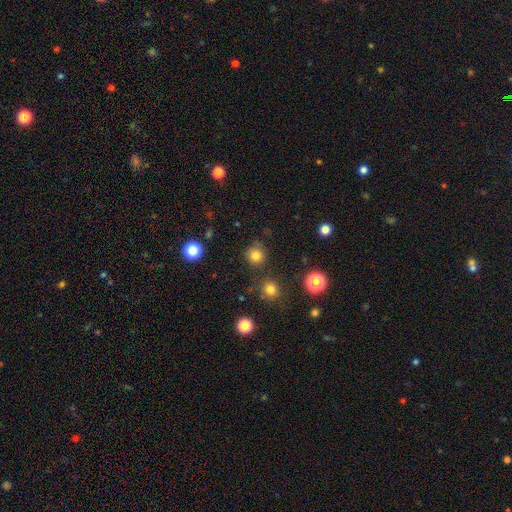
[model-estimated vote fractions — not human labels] The model was most divided on "smooth or featured": smooth: 80%, star or artifact: 15%, featured or disk: 5%. More confident: how rounded — round (93%); merging — none (83%).